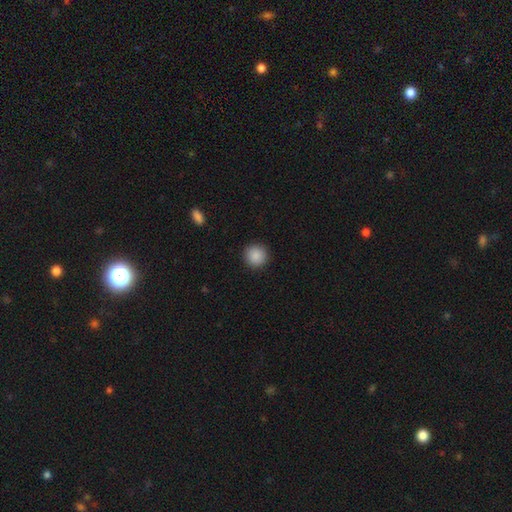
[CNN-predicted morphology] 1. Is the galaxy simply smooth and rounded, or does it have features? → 89% smooth, 8% star or artifact, 3% featured or disk.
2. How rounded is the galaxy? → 95% round, 4% in between, 1% cigar-shaped.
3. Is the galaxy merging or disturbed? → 92% none, 5% minor disturbance, 2% major disturbance, 1% merger.